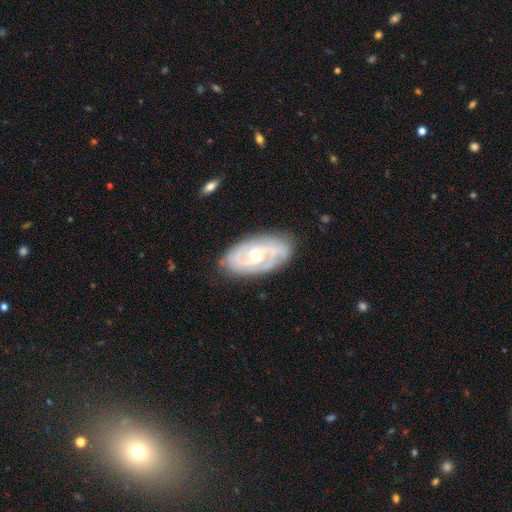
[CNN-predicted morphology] A featured or disk galaxy (85%) with no bar (50%), 2 (51%) tight (52%) spiral arms (93%) and a moderate central bulge (73%).

Vote fractions:
- Smooth or featured? featured or disk: 85% / smooth: 11% / star or artifact: 5%
- Edge-on disk? no: 95% / yes: 5%
- Bar? no: 50% / weak: 39% / strong: 11%
- Spiral arms? yes: 93% / no: 7%
- Spiral winding? tight: 52% / medium: 37% / loose: 11%
- Spiral arm count? 2: 51% / can't tell: 20% / 3: 18% / 4: 4% / 1: 4% / more than 4: 3%
- Bulge size? moderate: 73% / small: 19% / large: 5% / none: 1% / dominant: 1%
- Merging? none: 80% / minor disturbance: 15% / major disturbance: 4% / merger: 1%